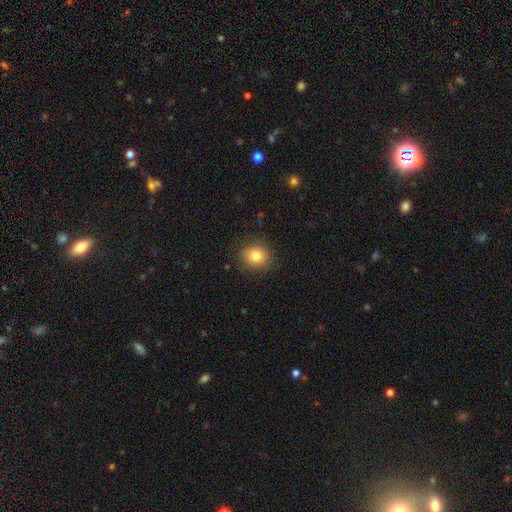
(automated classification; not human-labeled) A smooth galaxy with no disk features (82%) that is round (79%).

Vote fractions:
- Smooth or featured? smooth: 82% / star or artifact: 10% / featured or disk: 8%
- How rounded? round: 79% / in between: 20% / cigar-shaped: 1%
- Merging? none: 86% / minor disturbance: 10% / major disturbance: 3% / merger: 1%